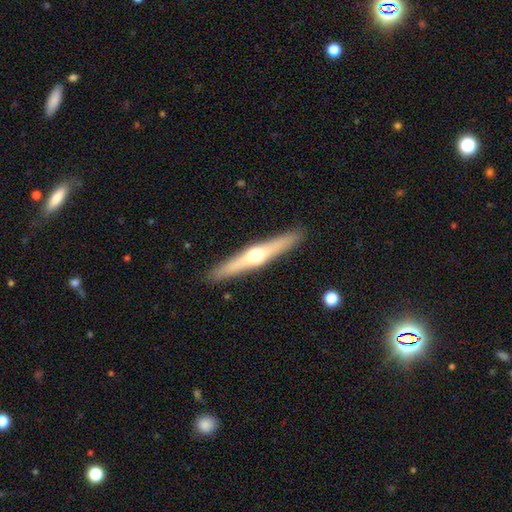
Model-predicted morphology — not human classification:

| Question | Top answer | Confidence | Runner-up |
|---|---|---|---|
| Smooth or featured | featured or disk | 65% | smooth (29%) |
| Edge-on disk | yes | 96% | no (4%) |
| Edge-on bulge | rounded | 94% | none (4%) |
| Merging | none | 91% | minor disturbance (7%) |